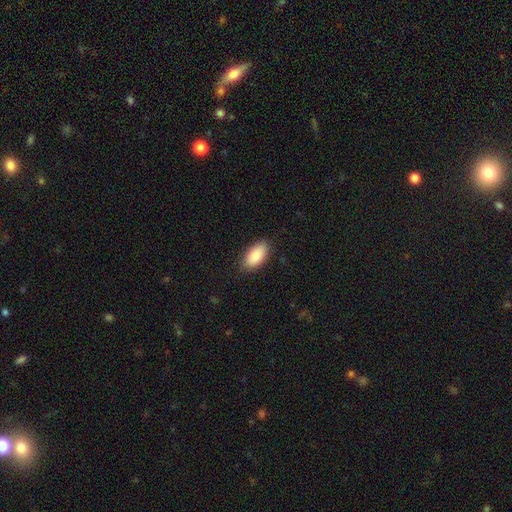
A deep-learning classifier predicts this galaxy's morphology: smooth_or_featured: smooth (p=0.86) [alt: featured or disk p=0.08]
how_rounded: in between (p=0.93) [alt: cigar-shaped p=0.04]
merging: none (p=0.87) [alt: minor disturbance p=0.10]